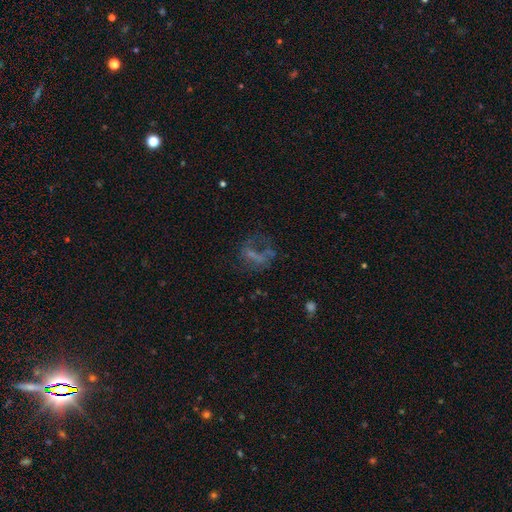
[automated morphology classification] A featured or disk galaxy (45%). Merging: major disturbance (39%).